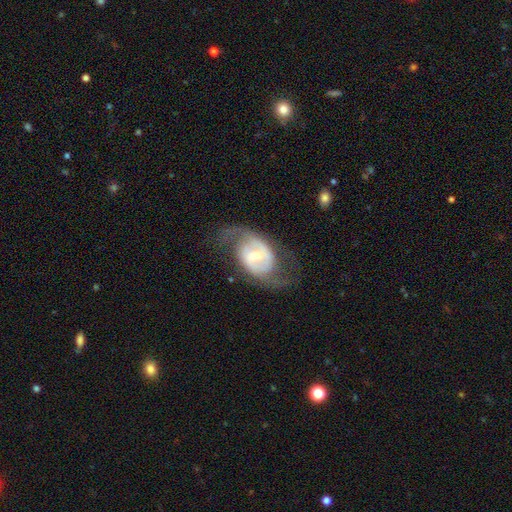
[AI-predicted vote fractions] Q: Smooth or featured?
A: featured or disk (81%); runner-up: smooth (14%)
Q: Edge-on disk?
A: no (95%); runner-up: yes (5%)
Q: Bar?
A: weak (45%); runner-up: no (34%)
Q: Spiral arms?
A: yes (83%); runner-up: no (17%)
Q: Spiral winding?
A: medium (46%); runner-up: loose (33%)
Q: Spiral arm count?
A: 2 (83%); runner-up: can't tell (10%)
Q: Bulge size?
A: moderate (50%); runner-up: small (44%)
Q: Merging?
A: none (64%); runner-up: major disturbance (18%)